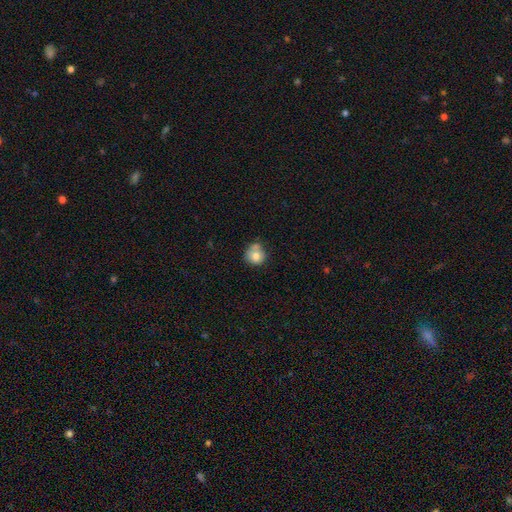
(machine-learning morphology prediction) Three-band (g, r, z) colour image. It shows a smooth galaxy with no disk features (73%) that is round (83%). Merging: none (48%).